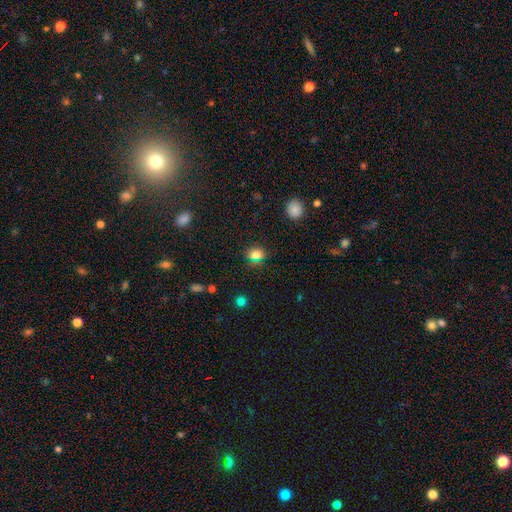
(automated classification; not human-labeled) Smooth or featured? smooth (69%)
How rounded? round (78%)
Merging? none (86%)